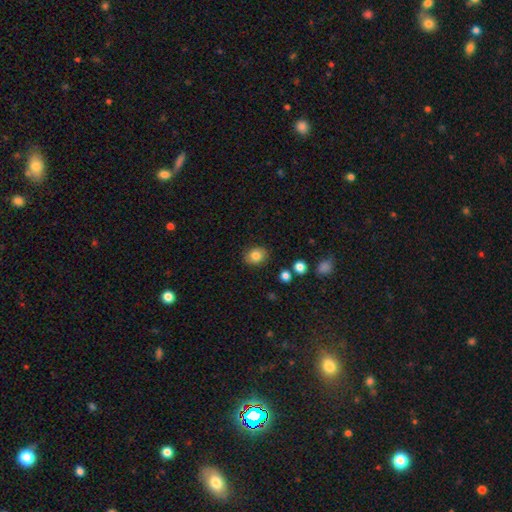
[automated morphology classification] type=smooth (81%); roundness=round (57%); merging=none (85%).